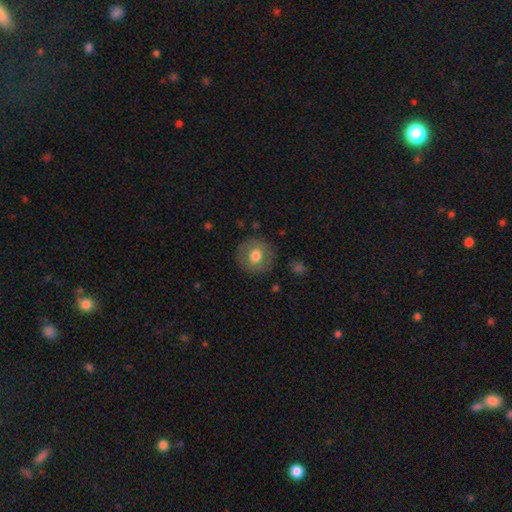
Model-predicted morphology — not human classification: Q: Smooth or featured?
A: smooth (65%); runner-up: featured or disk (27%)
Q: How rounded?
A: round (93%); runner-up: in between (6%)
Q: Merging?
A: none (86%); runner-up: minor disturbance (9%)